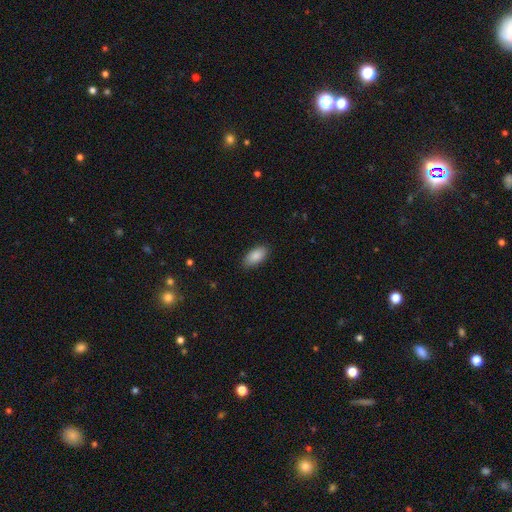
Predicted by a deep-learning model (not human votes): Smooth or featured: smooth — 89% (star or artifact — 6%)
How rounded: in between — 93% (cigar-shaped — 5%)
Merging: none — 87% (minor disturbance — 10%)